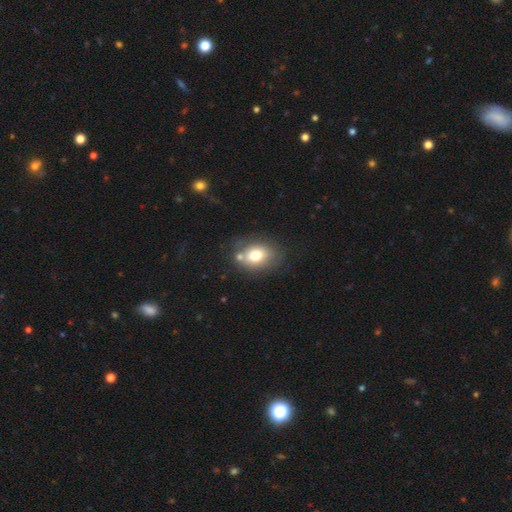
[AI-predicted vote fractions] Smooth or featured?
  - smooth: 73% *
  - featured or disk: 17%
  - star or artifact: 10%
How rounded?
  - in between: 68% *
  - round: 31%
  - cigar-shaped: 1%
Merging?
  - none: 66% *
  - minor disturbance: 16%
  - merger: 11%
  - major disturbance: 6%